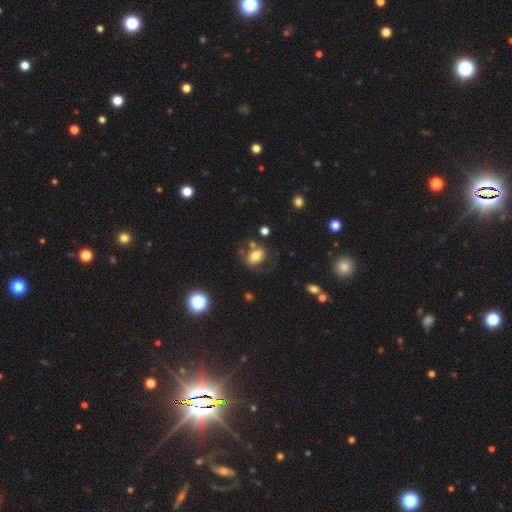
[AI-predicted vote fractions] The model was most divided on "how rounded": in between: 67%, round: 31%, cigar-shaped: 1%. More confident: smooth or featured — smooth (64%); merging — none (57%).